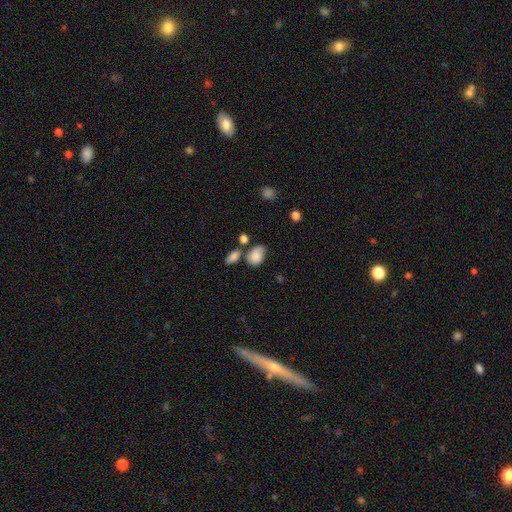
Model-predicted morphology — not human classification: This is clearly a smooth galaxy (81%). How rounded: likely in between (75%). Merging: marginally none (41%).